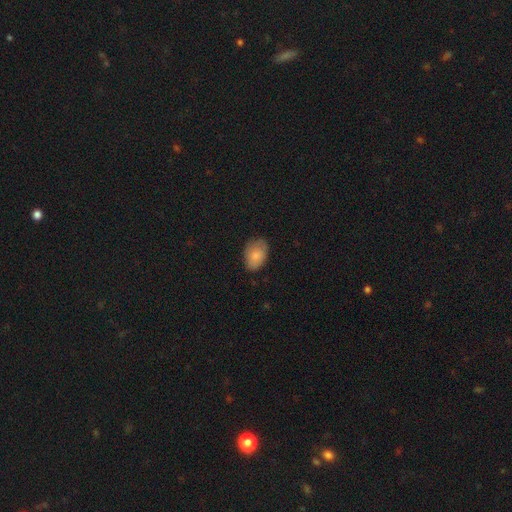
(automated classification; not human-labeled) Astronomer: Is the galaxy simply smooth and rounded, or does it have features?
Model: smooth — 81%.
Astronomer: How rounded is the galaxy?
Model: in between — 86%.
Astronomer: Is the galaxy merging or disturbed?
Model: none — 69%.